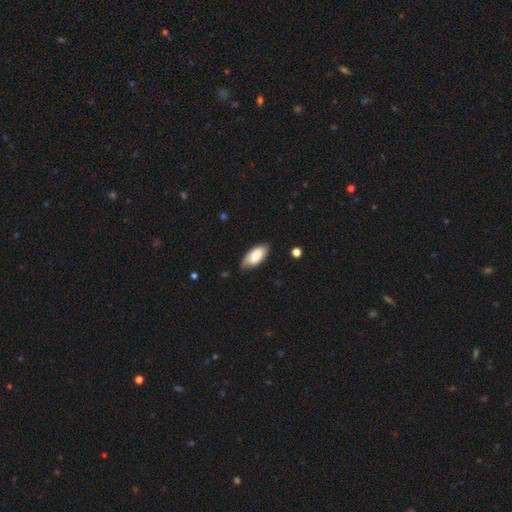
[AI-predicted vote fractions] This is clearly a smooth galaxy (80%). How rounded: clearly in between (89%). Merging: likely none (75%).